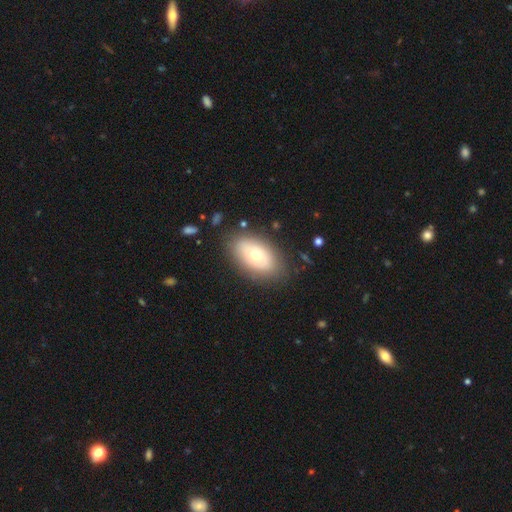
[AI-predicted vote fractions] Overall: smooth (65%; featured or disk 27%). How rounded: in between (89%). Merging: none (80%).